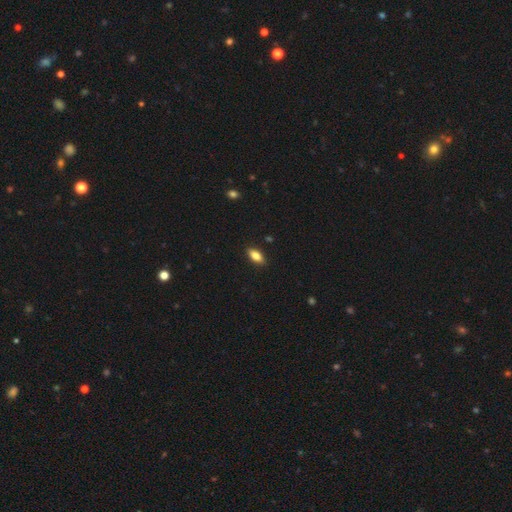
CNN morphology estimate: This is clearly a smooth galaxy (83%). How rounded: clearly in between (87%). Merging: clearly none (88%).